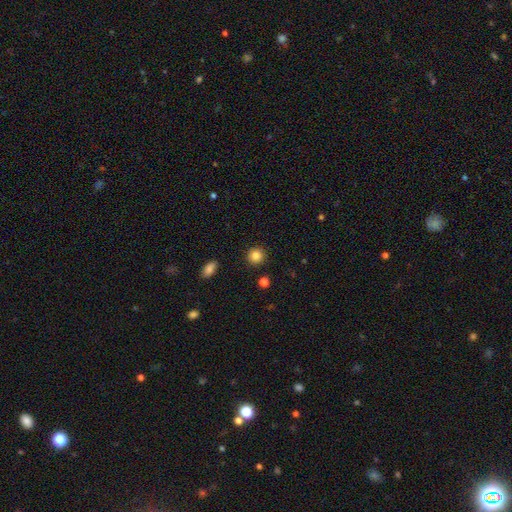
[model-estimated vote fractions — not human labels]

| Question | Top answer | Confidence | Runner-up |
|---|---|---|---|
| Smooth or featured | smooth | 85% | star or artifact (10%) |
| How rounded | round | 93% | in between (6%) |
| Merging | none | 91% | minor disturbance (5%) |